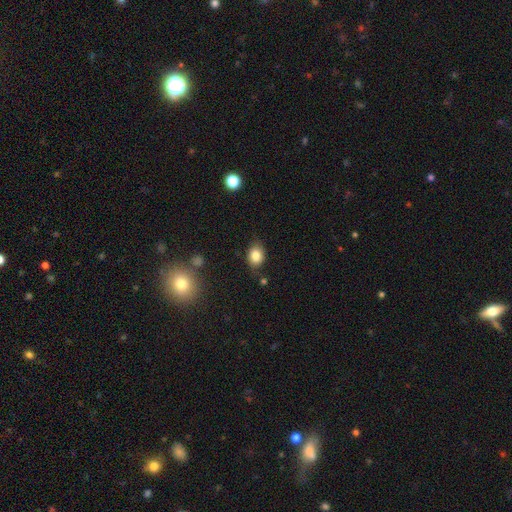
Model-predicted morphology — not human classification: Smooth or featured? Predicted: smooth (p=0.83). How rounded? Predicted: in between (p=0.63). Merging? Predicted: none (p=0.77).